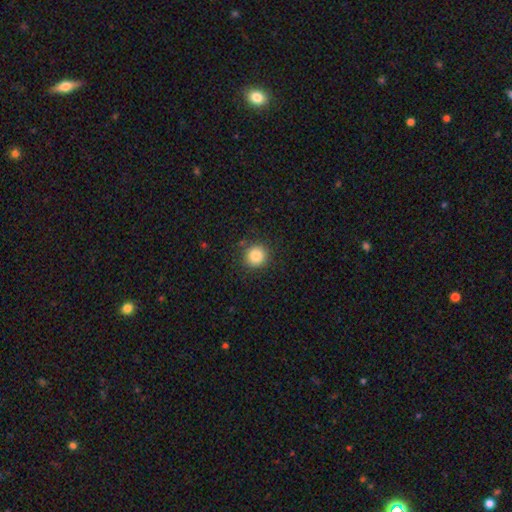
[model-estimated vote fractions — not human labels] Smooth or featured? smooth (84%)
How rounded? round (92%)
Merging? none (89%)